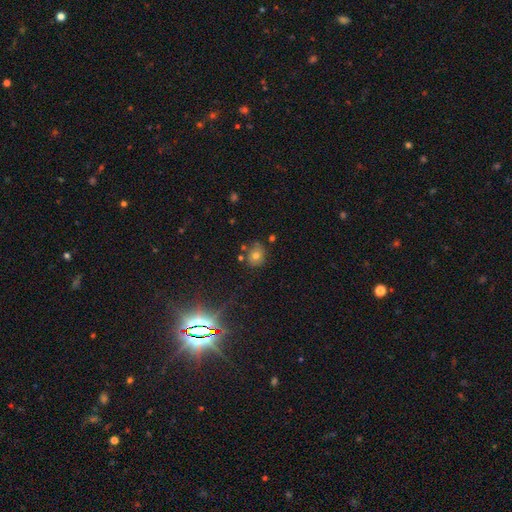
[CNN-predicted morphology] The model was most divided on "how rounded": round: 68%, in between: 31%, cigar-shaped: 1%. More confident: merging — none (71%); smooth or featured — smooth (67%).